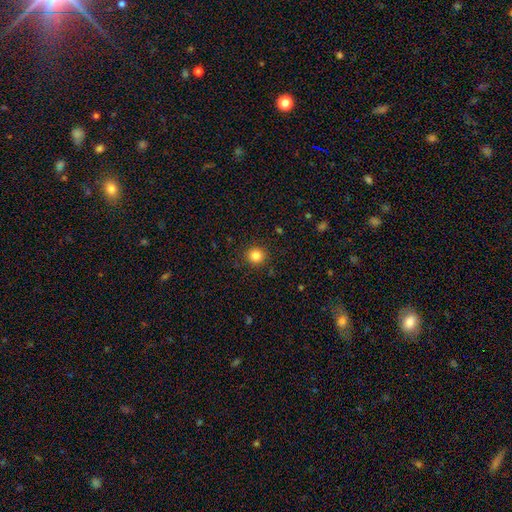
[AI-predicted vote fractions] Smooth or featured? smooth (83%)
How rounded? round (93%)
Merging? none (90%)